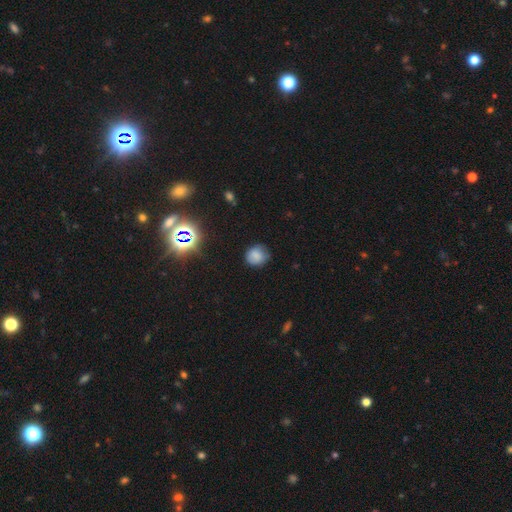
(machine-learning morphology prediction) A smooth galaxy with no disk features (77%) that is round (77%).

Vote fractions:
- Smooth or featured? smooth: 77% / star or artifact: 13% / featured or disk: 9%
- How rounded? round: 77% / in between: 22% / cigar-shaped: 1%
- Merging? none: 71% / minor disturbance: 23% / major disturbance: 5% / merger: 1%